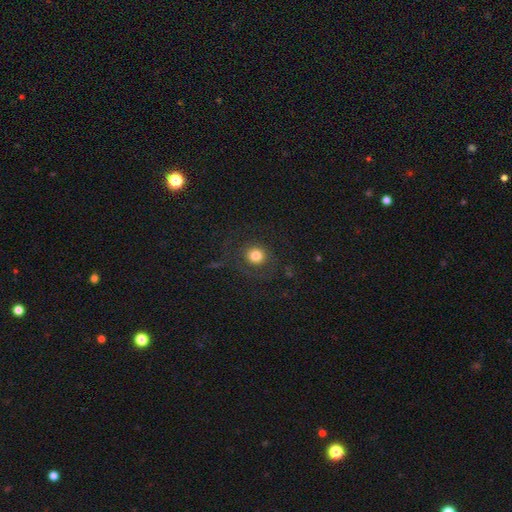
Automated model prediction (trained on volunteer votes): The model was most divided on "smooth or featured": smooth: 76%, featured or disk: 12%, star or artifact: 12%. More confident: how rounded — round (89%); merging — none (78%).